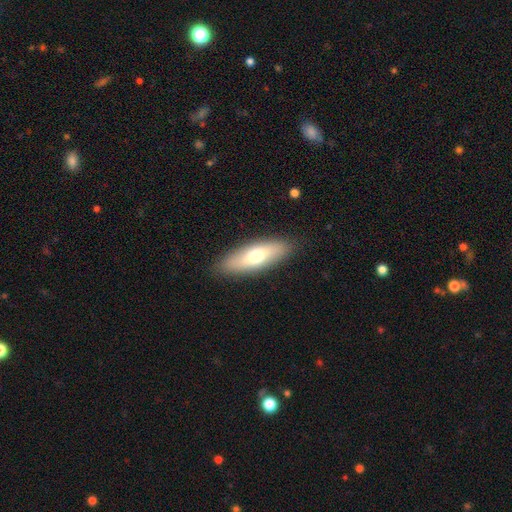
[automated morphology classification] Smooth or featured: smooth — 65% (featured or disk — 29%)
How rounded: in between — 55% (cigar-shaped — 42%)
Merging: none — 88% (minor disturbance — 9%)